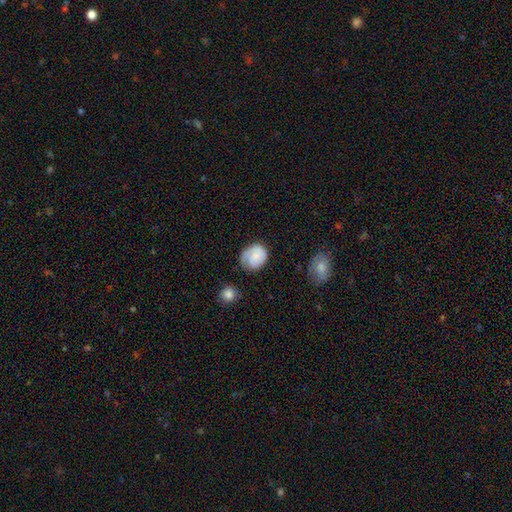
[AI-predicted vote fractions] This is possibly a smooth galaxy (57%). How rounded: likely round (62%). Merging: likely none (60%).